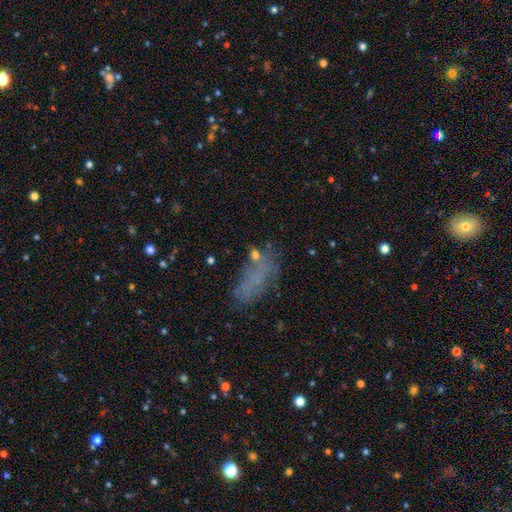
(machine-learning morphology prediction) This is possibly a smooth galaxy (48%). Merging: marginally none (41%).